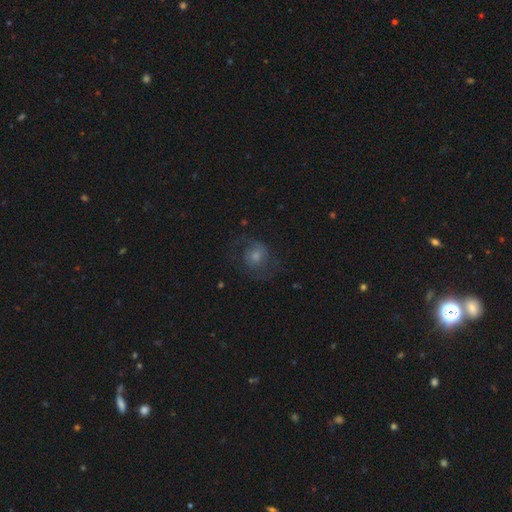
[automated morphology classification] smooth_or_featured: featured or disk (p=0.51) [alt: smooth p=0.30]
disk_edge_on: no (p=0.97) [alt: yes p=0.03]
merging: none (p=0.66) [alt: minor disturbance p=0.16]